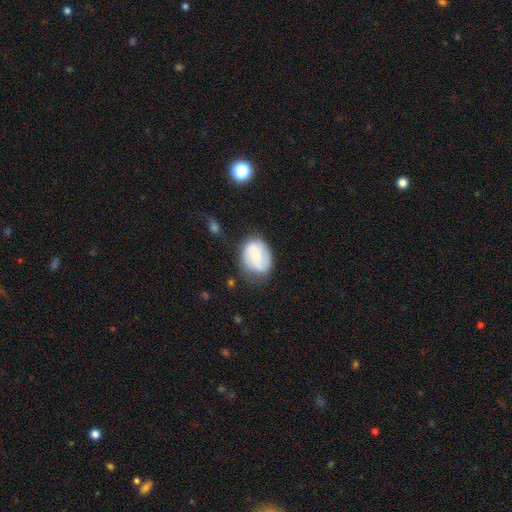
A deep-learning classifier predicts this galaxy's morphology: The model was most divided on "smooth or featured": smooth: 51%, featured or disk: 42%, star or artifact: 7%. More confident: merging — none (63%); how rounded — in between (60%).